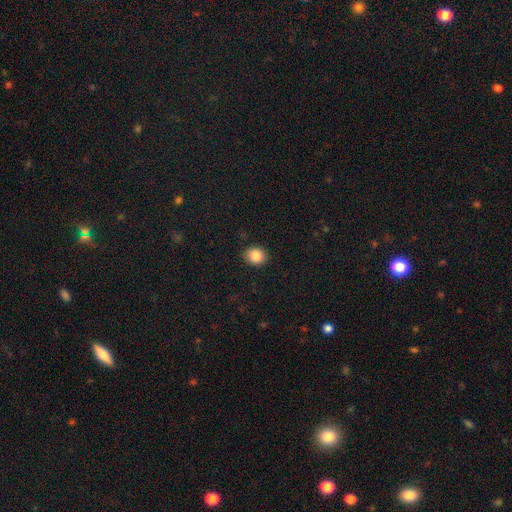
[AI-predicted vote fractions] The model was most divided on "how rounded": round: 71%, in between: 29%, cigar-shaped: 1%. More confident: merging — none (90%); smooth or featured — smooth (85%).